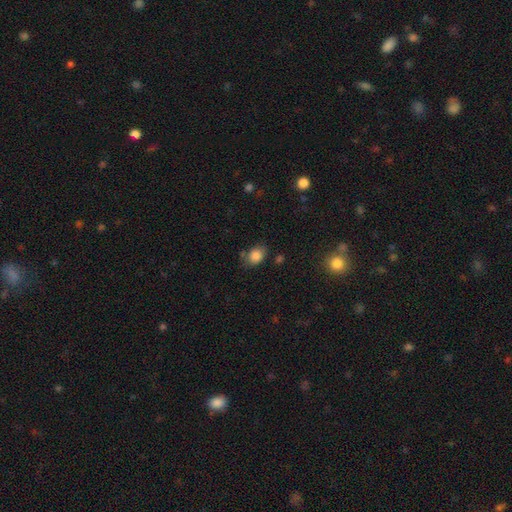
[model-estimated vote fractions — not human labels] Smooth or featured? smooth (84%)
How rounded? in between (63%)
Merging? none (65%)